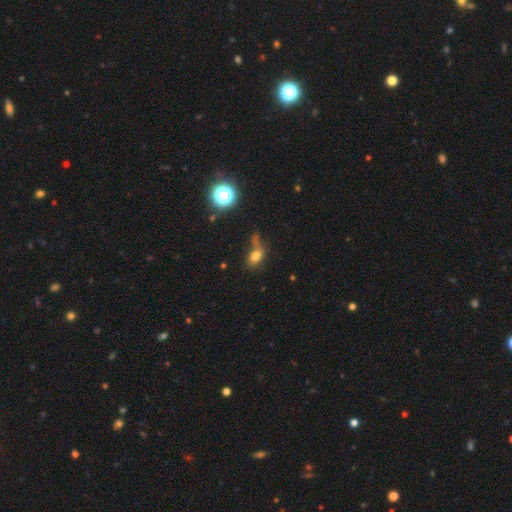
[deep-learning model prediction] smooth 73%, star or artifact 16%, featured or disk 11%. Down the decision tree: how rounded — in between (73%); merging — none (48%).